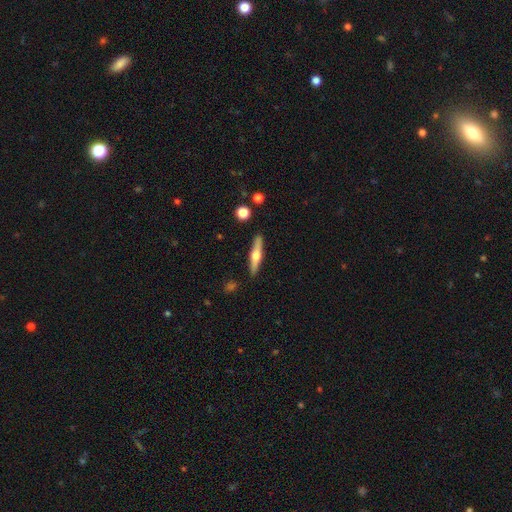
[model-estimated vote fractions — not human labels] Smooth or featured?
  - featured or disk: 56% *
  - smooth: 38%
  - star or artifact: 6%
Edge-on disk?
  - yes: 95% *
  - no: 5%
Edge-on bulge?
  - rounded: 92% *
  - none: 4%
  - boxy: 4%
Merging?
  - none: 89% *
  - minor disturbance: 8%
  - merger: 2%
  - major disturbance: 2%